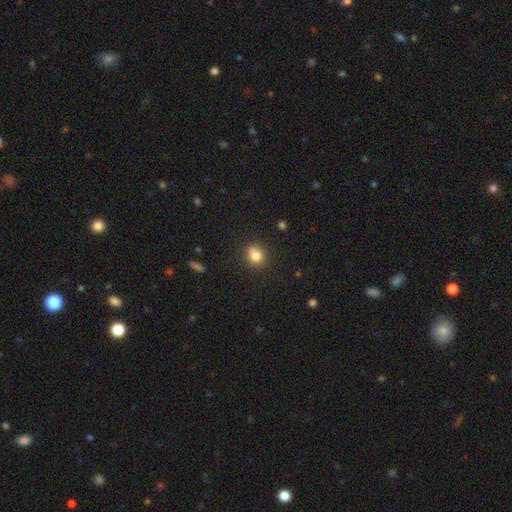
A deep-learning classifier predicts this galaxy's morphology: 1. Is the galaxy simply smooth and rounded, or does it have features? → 79% smooth, 12% star or artifact, 9% featured or disk.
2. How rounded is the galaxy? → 83% round, 17% in between, 1% cigar-shaped.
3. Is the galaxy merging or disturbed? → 75% none, 14% minor disturbance, 8% merger, 4% major disturbance.